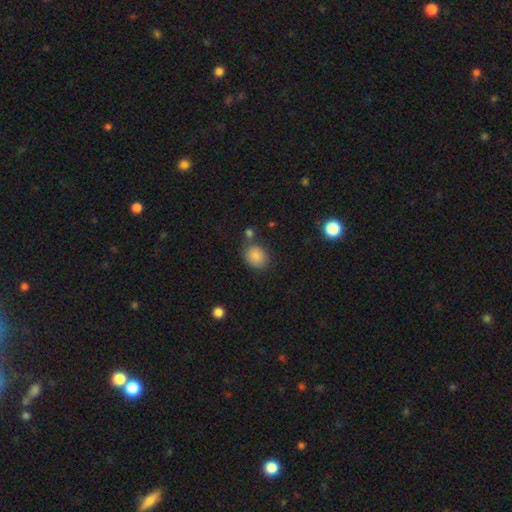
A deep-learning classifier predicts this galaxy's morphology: Smooth or featured: smooth — 85% (star or artifact — 10%)
How rounded: round — 59% (in between — 41%)
Merging: none — 73% (minor disturbance — 13%)